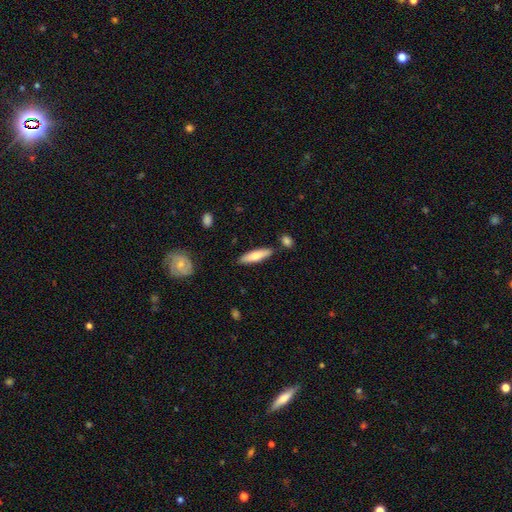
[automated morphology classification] Overall: smooth (67%; featured or disk 27%). How rounded: cigar-shaped (70%). Merging: none (84%).